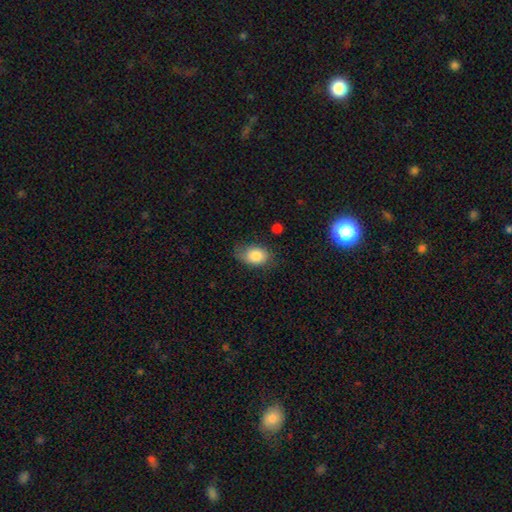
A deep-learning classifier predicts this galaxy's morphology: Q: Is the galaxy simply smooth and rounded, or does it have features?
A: smooth — 83%.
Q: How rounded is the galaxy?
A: in between — 83%.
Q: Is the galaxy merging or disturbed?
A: none — 64%.